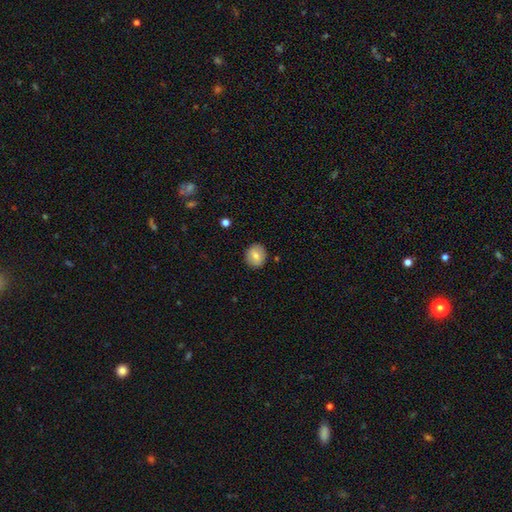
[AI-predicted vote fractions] Smooth or featured? Predicted: smooth (p=0.74). How rounded? Predicted: round (p=0.79). Merging? Predicted: none (p=0.88).